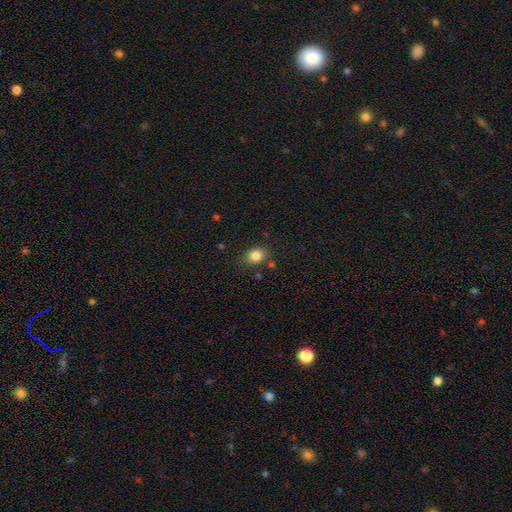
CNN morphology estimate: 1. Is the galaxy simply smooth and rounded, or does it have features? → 84% smooth, 10% star or artifact, 6% featured or disk.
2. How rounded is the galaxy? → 59% in between, 40% round, 1% cigar-shaped.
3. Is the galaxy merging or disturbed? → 81% none, 13% minor disturbance, 3% major disturbance, 3% merger.